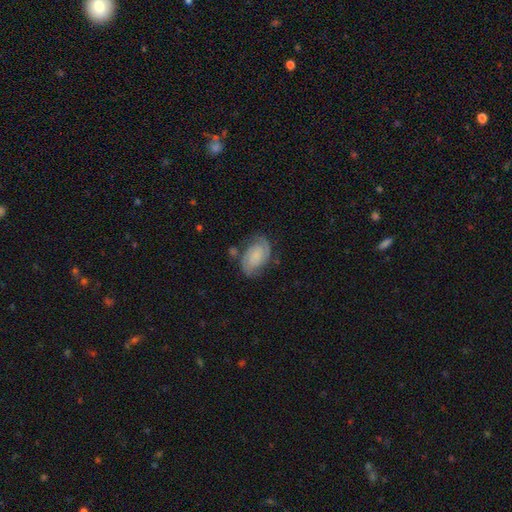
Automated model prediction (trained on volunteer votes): A featured or disk galaxy (74%) with no bar (60%), 2 (85%) tight (52%) spiral arms (95%) and no central bulge (40%). Merging: none (68%).